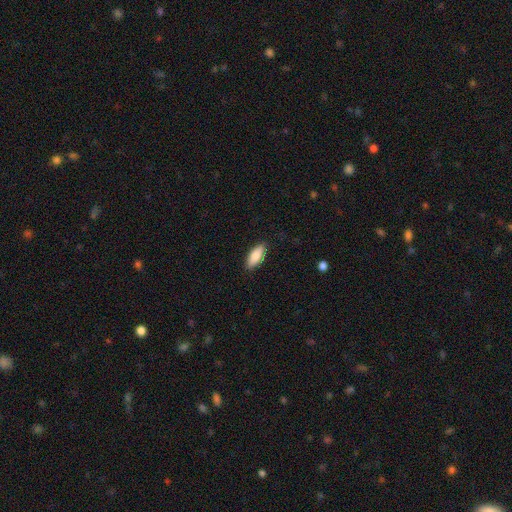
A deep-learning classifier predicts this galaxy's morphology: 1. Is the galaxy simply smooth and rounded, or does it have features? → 84% smooth, 10% featured or disk, 6% star or artifact.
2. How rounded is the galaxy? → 79% in between, 18% cigar-shaped, 2% round.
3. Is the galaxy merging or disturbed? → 88% none, 9% minor disturbance, 2% major disturbance, 1% merger.